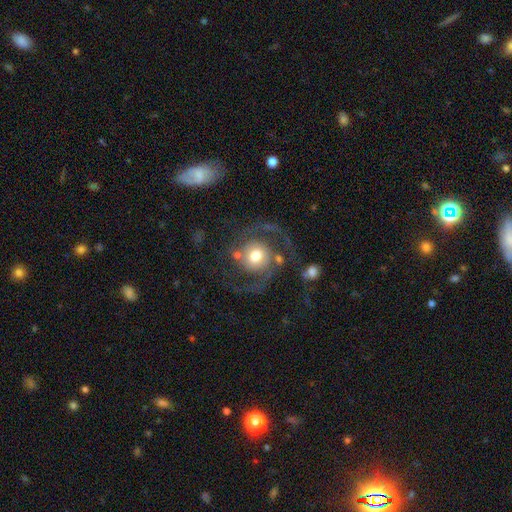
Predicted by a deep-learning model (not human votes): A featured or disk galaxy (80%) with no bar (73%), 2 (88%) medium (50%) spiral arms (94%) and a moderate central bulge (60%). Merging: none (61%).